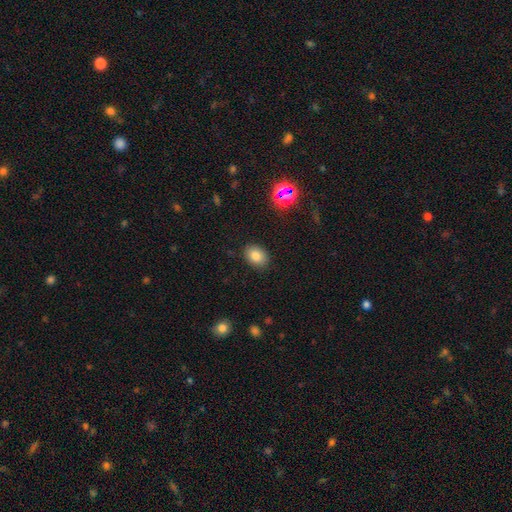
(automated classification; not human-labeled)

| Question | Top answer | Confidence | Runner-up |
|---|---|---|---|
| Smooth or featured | smooth | 82% | star or artifact (12%) |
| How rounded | in between | 71% | round (28%) |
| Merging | none | 87% | minor disturbance (9%) |